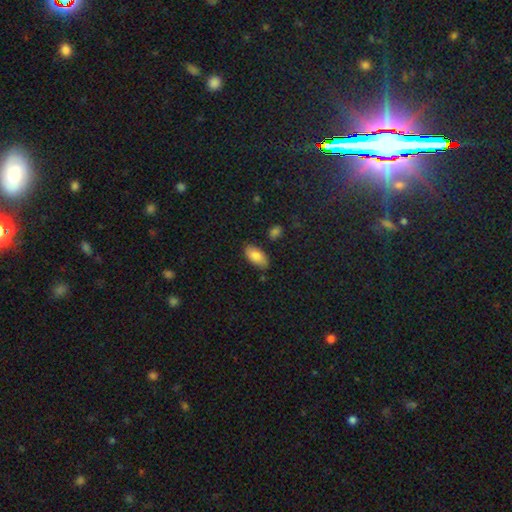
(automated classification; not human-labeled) This appears to be a smooth galaxy with no disk features (83%) that is in between round and cigar-shaped (92%). Merging: none (80%).